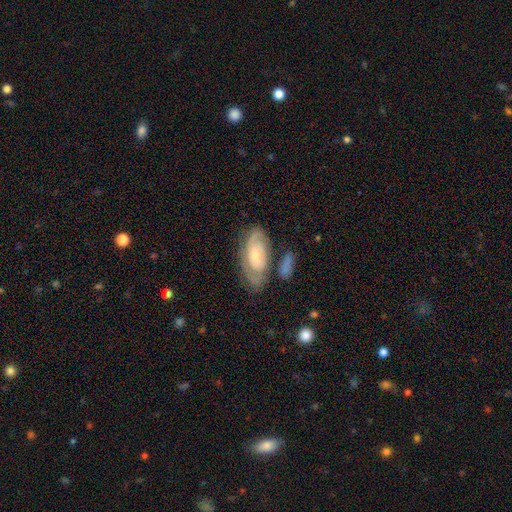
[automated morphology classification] This appears to be a featured or disk galaxy (66%) with no bar (70%), spiral arms (81%) and a small central bulge (56%). Merging: none (56%).